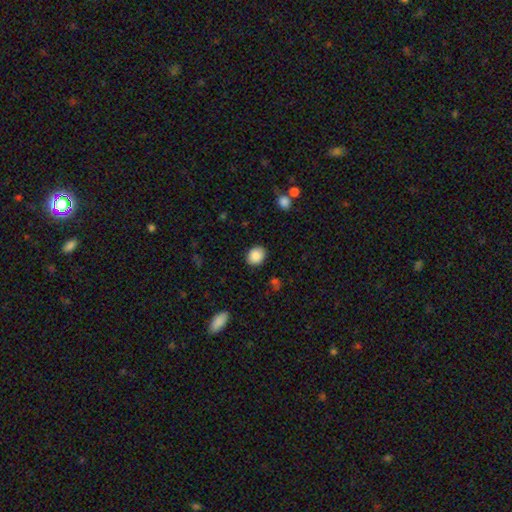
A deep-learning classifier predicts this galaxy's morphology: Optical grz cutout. It shows a smooth galaxy with no disk features (88%) that is round (53%). Merging: none (88%).